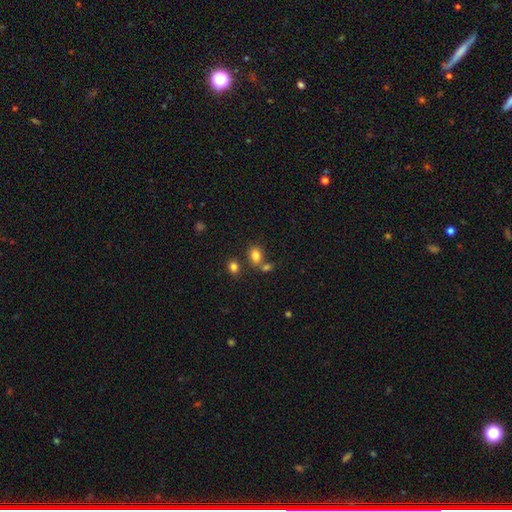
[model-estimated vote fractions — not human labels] Smooth or featured?
  - smooth: 82% *
  - star or artifact: 12%
  - featured or disk: 7%
How rounded?
  - in between: 67% *
  - round: 32%
  - cigar-shaped: 1%
Merging?
  - none: 59% *
  - merger: 24%
  - minor disturbance: 12%
  - major disturbance: 5%